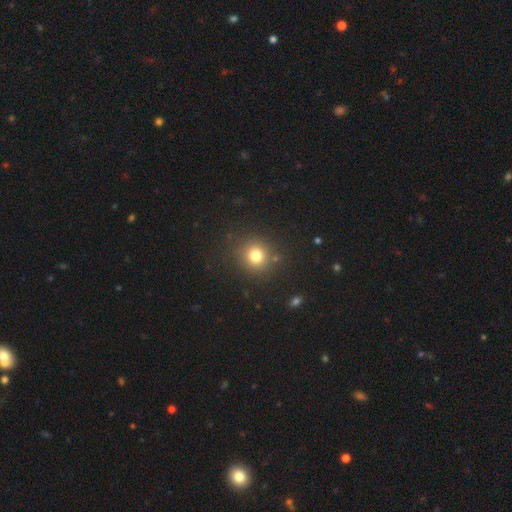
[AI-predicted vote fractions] Overall: smooth (77%). How rounded: round (90%). Merging: none (86%).